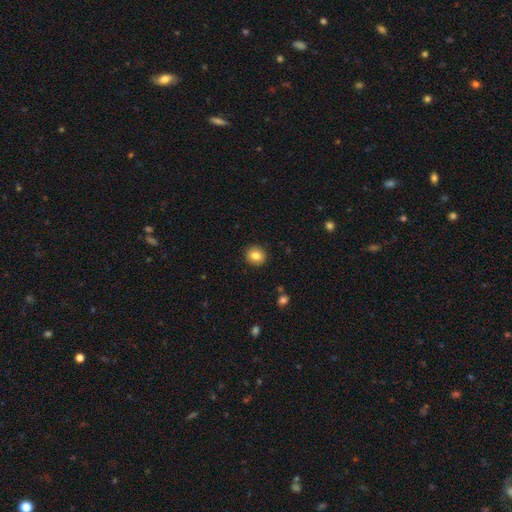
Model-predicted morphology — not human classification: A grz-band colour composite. It shows a smooth galaxy with no disk features (84%) that is round (80%). Merging: none (91%).